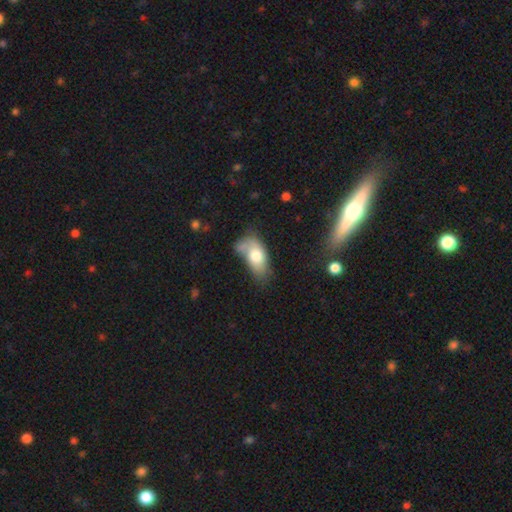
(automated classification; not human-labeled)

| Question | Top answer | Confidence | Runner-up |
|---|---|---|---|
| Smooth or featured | smooth | 72% | featured or disk (20%) |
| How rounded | in between | 90% | round (6%) |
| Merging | none | 34% | minor disturbance (30%) |